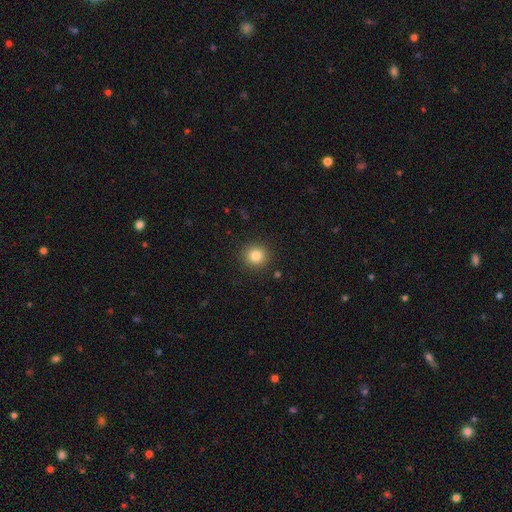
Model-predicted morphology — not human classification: smooth-or-featured: smooth: 84% | star or artifact: 11% | featured or disk: 5%
  how-rounded: round: 92% | in between: 7% | cigar-shaped: 1%
  merging: none: 91% | minor disturbance: 6% | major disturbance: 2% | merger: 1%